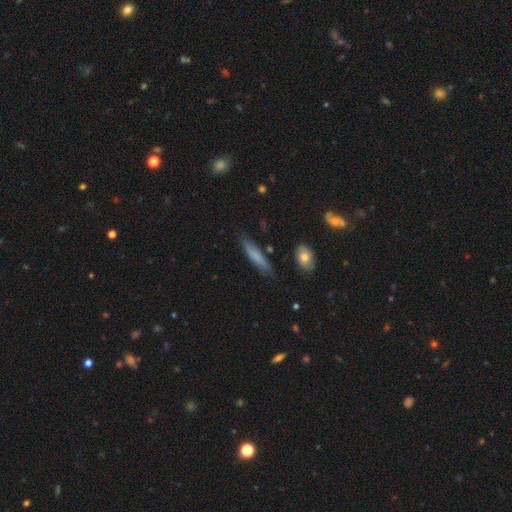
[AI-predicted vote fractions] Q: Smooth or featured?
A: smooth (72%); runner-up: featured or disk (21%)
Q: How rounded?
A: cigar-shaped (83%); runner-up: in between (15%)
Q: Merging?
A: none (81%); runner-up: minor disturbance (14%)